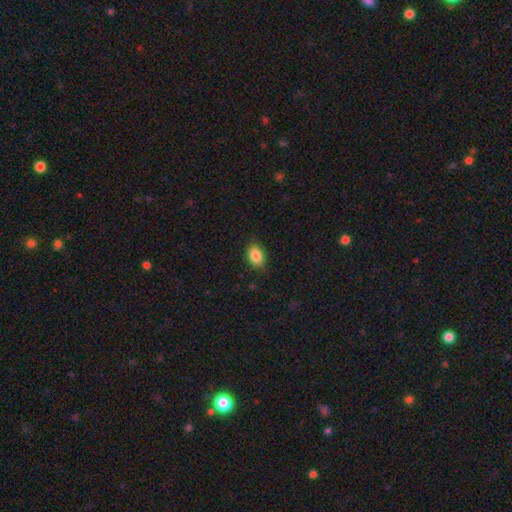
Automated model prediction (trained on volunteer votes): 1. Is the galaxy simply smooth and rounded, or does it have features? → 86% smooth, 8% star or artifact, 6% featured or disk.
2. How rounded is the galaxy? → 84% in between, 15% round, 2% cigar-shaped.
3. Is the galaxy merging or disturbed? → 85% none, 11% minor disturbance, 3% major disturbance, 1% merger.